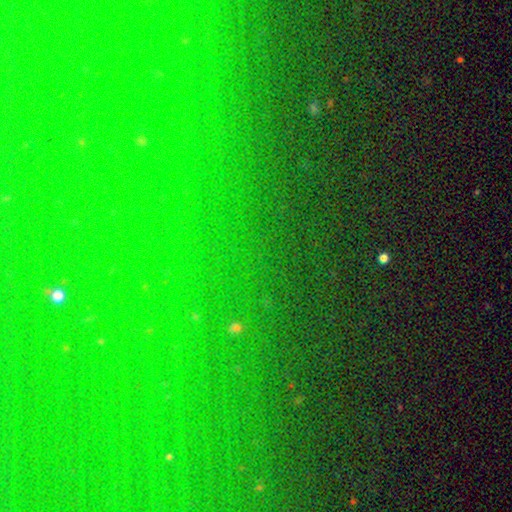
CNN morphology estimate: Smooth or featured? Predicted: star or artifact (p=0.80).